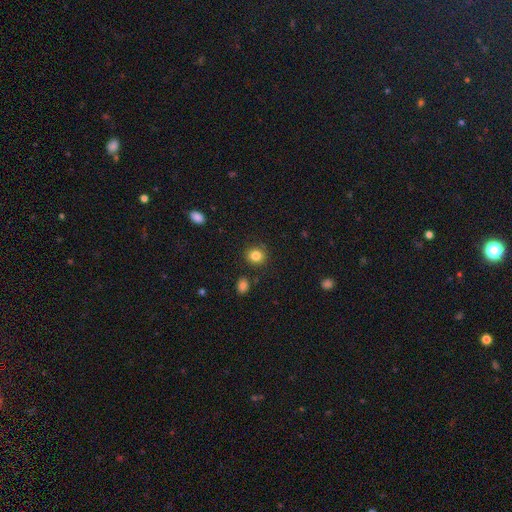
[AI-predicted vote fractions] This is clearly a smooth galaxy (84%). How rounded: clearly round (81%). Merging: clearly none (86%).